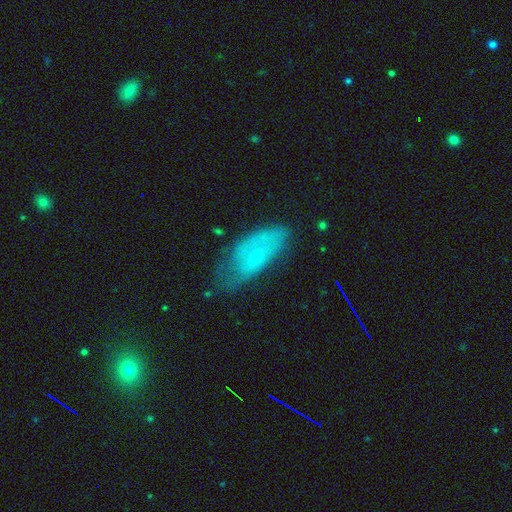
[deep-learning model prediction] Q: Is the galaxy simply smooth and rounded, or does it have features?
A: featured or disk — 46%.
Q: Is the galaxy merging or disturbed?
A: none — 53%.